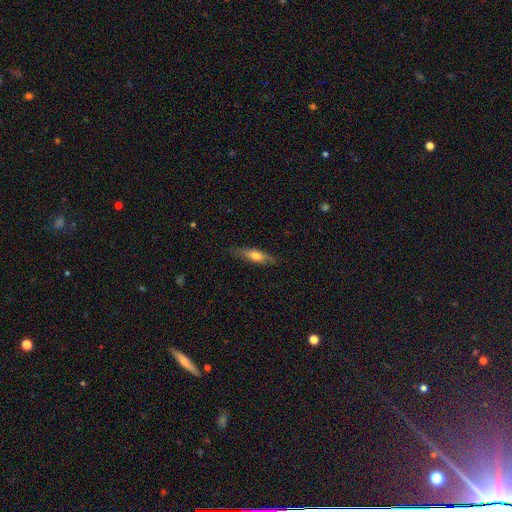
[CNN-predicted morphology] Q: Smooth or featured?
A: smooth (56%); runner-up: featured or disk (37%)
Q: How rounded?
A: cigar-shaped (67%); runner-up: in between (31%)
Q: Merging?
A: none (80%); runner-up: minor disturbance (15%)